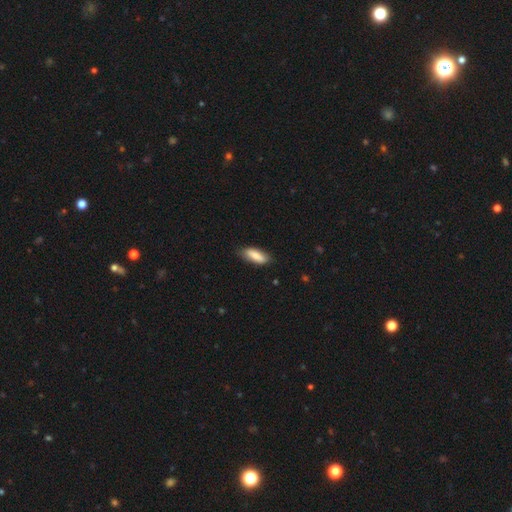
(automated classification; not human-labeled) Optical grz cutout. It shows a smooth galaxy with no disk features (81%) that is in between round and cigar-shaped (70%). Merging: none (79%).